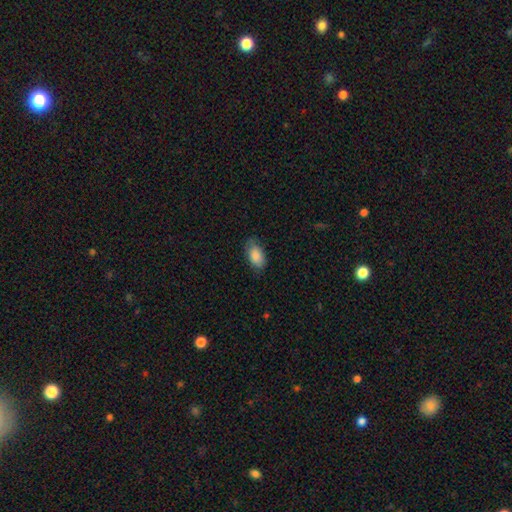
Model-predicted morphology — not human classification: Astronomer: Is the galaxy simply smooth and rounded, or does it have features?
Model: smooth — 86%.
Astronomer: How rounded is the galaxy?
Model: in between — 93%.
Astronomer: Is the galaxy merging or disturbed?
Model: none — 75%.